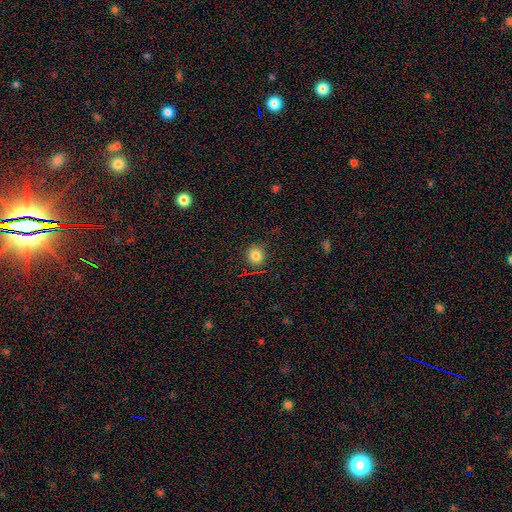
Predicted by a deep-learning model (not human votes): smooth 80%, star or artifact 13%, featured or disk 7%. Down the decision tree: how rounded — round (89%); merging — none (88%).